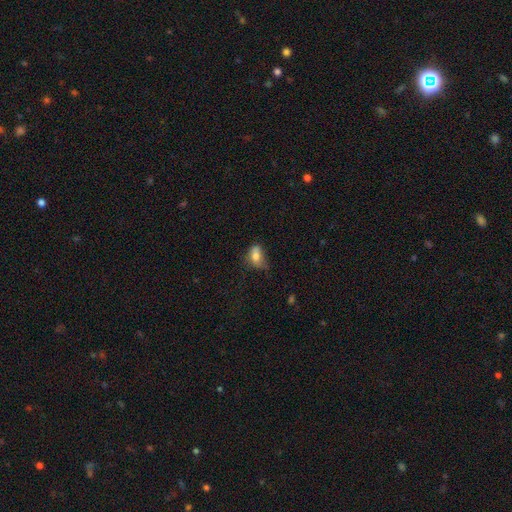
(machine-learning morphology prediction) A smooth galaxy with no disk features (75%) that is in between round and cigar-shaped (80%). Merging: minor disturbance (39%).